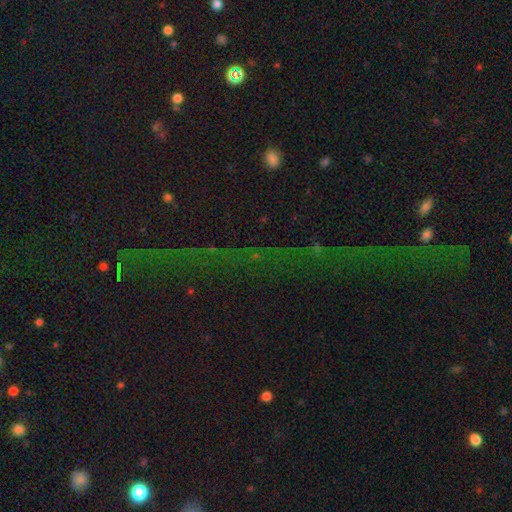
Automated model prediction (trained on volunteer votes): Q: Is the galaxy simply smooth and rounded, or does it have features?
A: star or artifact — 76%.